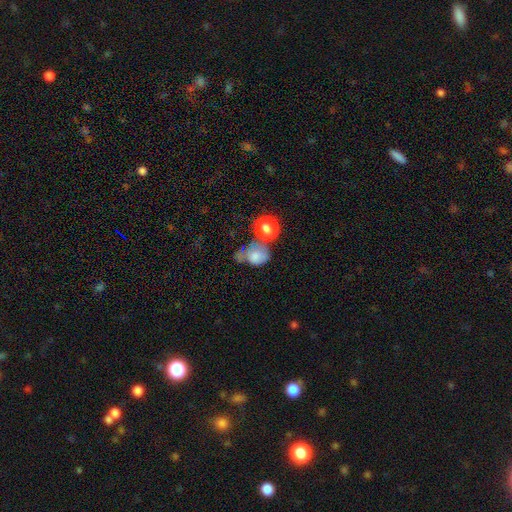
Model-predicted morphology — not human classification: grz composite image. It shows a smooth galaxy with no disk features (72%) that is in between round and cigar-shaped (51%). Merging: none (31%).